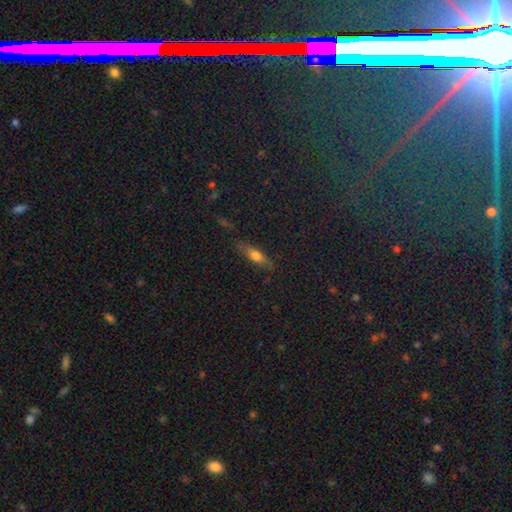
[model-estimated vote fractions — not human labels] A smooth galaxy with no disk features (59%) that is cigar-shaped (57%).

Vote fractions:
- Smooth or featured? smooth: 59% / featured or disk: 31% / star or artifact: 9%
- How rounded? cigar-shaped: 57% / in between: 40% / round: 3%
- Merging? none: 79% / minor disturbance: 15% / major disturbance: 4% / merger: 2%